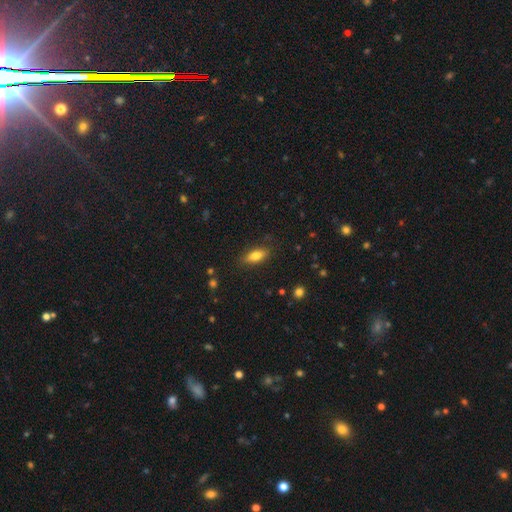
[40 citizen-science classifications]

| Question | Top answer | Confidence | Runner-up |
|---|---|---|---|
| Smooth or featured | smooth | 78% | featured or disk (12%) |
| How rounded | in between | 90% | round (6%) |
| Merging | none | 89% | minor disturbance (8%) |